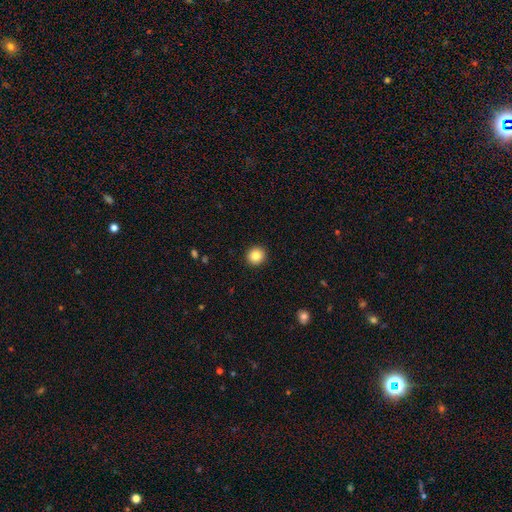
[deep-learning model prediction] Smooth or featured? Predicted: smooth (p=0.85). How rounded? Predicted: round (p=0.91). Merging? Predicted: none (p=0.93).